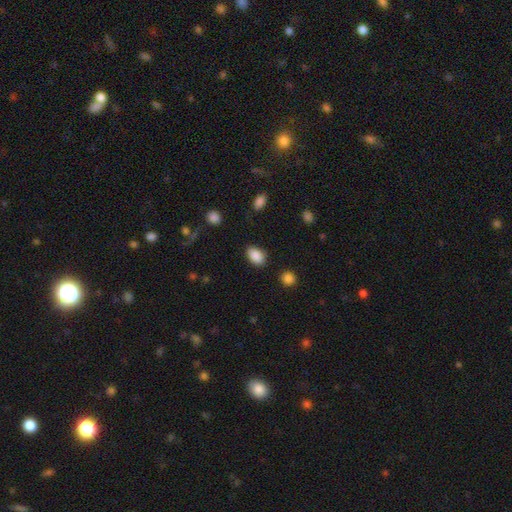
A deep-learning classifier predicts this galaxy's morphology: This appears to be a smooth galaxy with no disk features (88%) that is in between round and cigar-shaped (87%). Merging: none (85%).